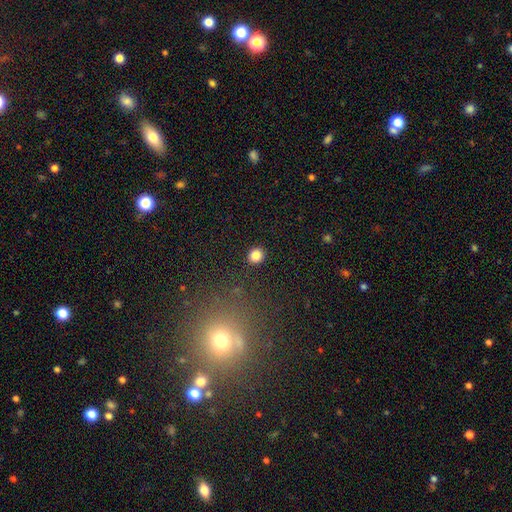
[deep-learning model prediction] smooth-or-featured: smooth: 84% | star or artifact: 12% | featured or disk: 4%
  how-rounded: round: 87% | in between: 12% | cigar-shaped: 1%
  merging: none: 92% | minor disturbance: 5% | major disturbance: 2% | merger: 1%